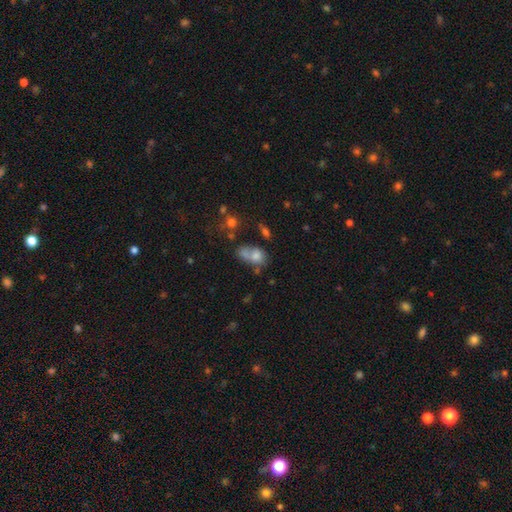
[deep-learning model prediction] Smooth or featured? smooth (72%)
How rounded? in between (65%)
Merging? merger (49%)